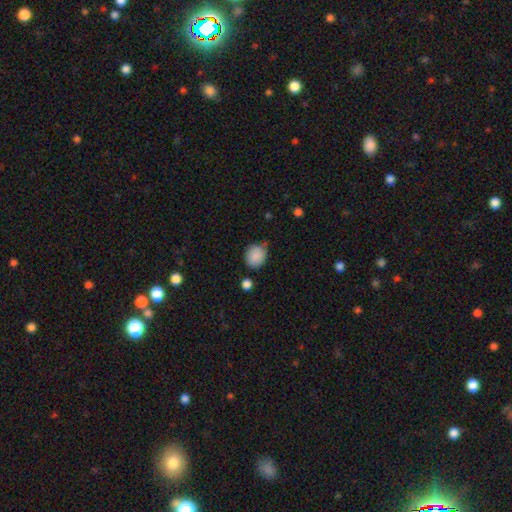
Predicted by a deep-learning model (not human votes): Smooth or featured?
  - smooth: 88% *
  - star or artifact: 8%
  - featured or disk: 4%
How rounded?
  - round: 72% *
  - in between: 27%
  - cigar-shaped: 1%
Merging?
  - none: 74% *
  - minor disturbance: 17%
  - merger: 5%
  - major disturbance: 4%